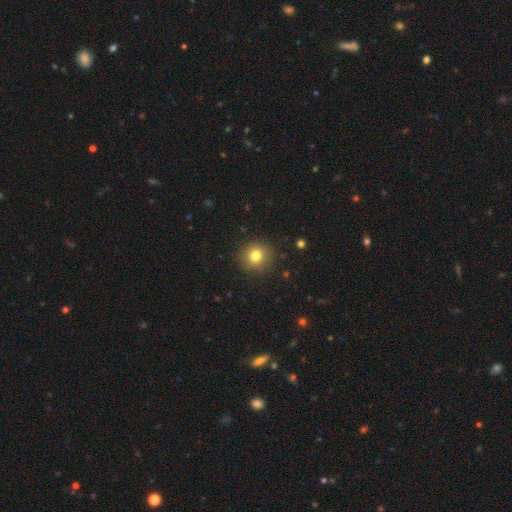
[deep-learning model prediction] Morphology: type=smooth (79%); roundness=round (92%); merging=none (90%).